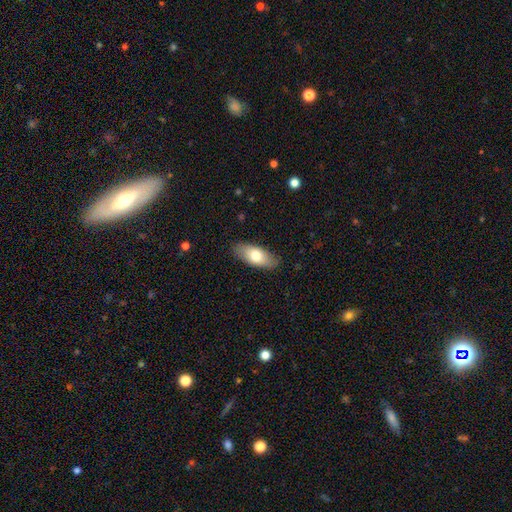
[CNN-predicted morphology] This appears to be a smooth galaxy with no disk features (73%) that is in between round and cigar-shaped (85%). Merging: none (87%).